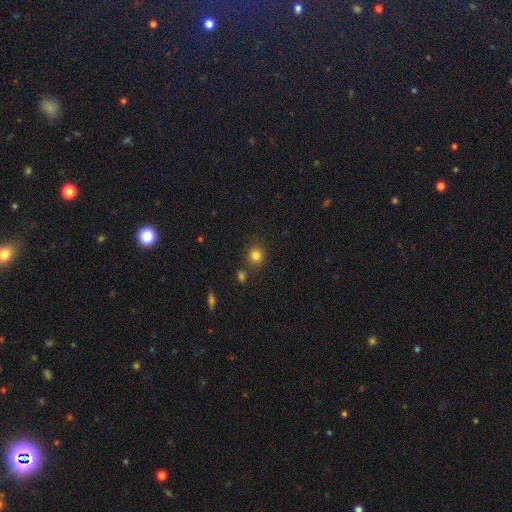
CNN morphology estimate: smooth-or-featured: smooth: 82% | star or artifact: 12% | featured or disk: 5%
  how-rounded: round: 86% | in between: 13% | cigar-shaped: 1%
  merging: none: 78% | minor disturbance: 10% | merger: 8% | major disturbance: 3%